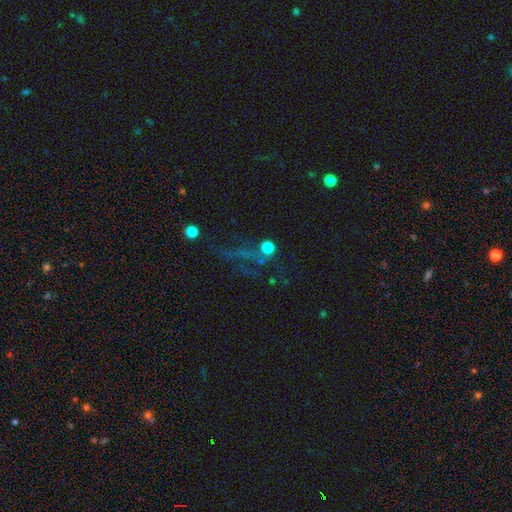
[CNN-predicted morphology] A star or artifact, not a galaxy (58%).

Vote fractions:
- Smooth or featured? star or artifact: 58% / smooth: 21% / featured or disk: 21%